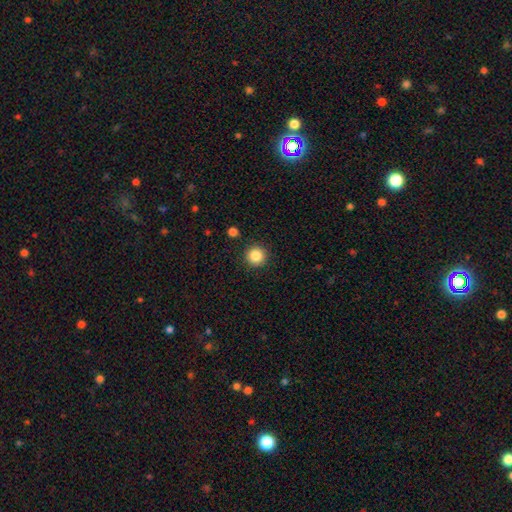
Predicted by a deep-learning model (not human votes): Overall: smooth (86%). How rounded: round (96%). Merging: none (91%).